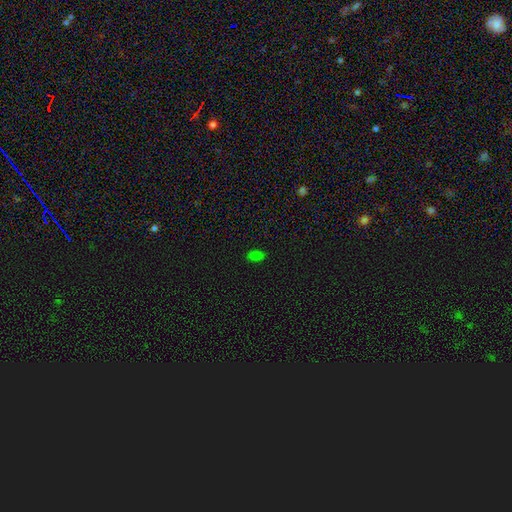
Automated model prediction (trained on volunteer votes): Smooth or featured? Predicted: smooth (p=0.79). How rounded? Predicted: in between (p=0.91). Merging? Predicted: none (p=0.87).